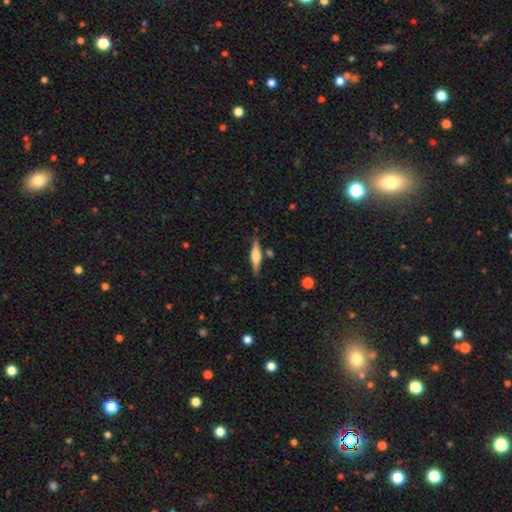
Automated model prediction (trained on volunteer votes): Q: Smooth or featured?
A: featured or disk (48%); runner-up: smooth (46%)
Q: Merging?
A: none (82%); runner-up: minor disturbance (12%)